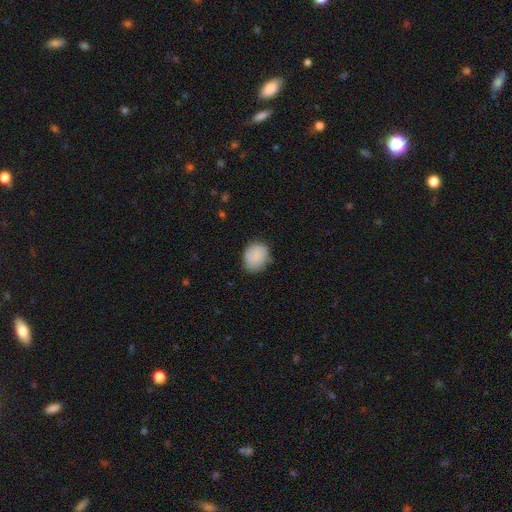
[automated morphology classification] smooth-or-featured: smooth: 87% | star or artifact: 7% | featured or disk: 6%
  how-rounded: round: 58% | in between: 41% | cigar-shaped: 1%
  merging: none: 75% | minor disturbance: 20% | major disturbance: 4% | merger: 1%